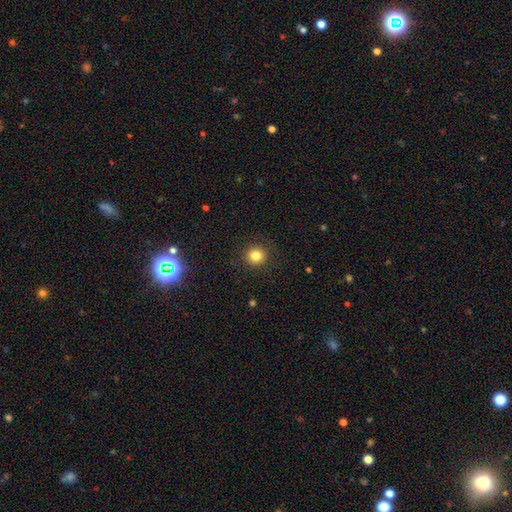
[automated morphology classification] A smooth galaxy with no disk features (81%) that is round (92%). Merging: none (90%).